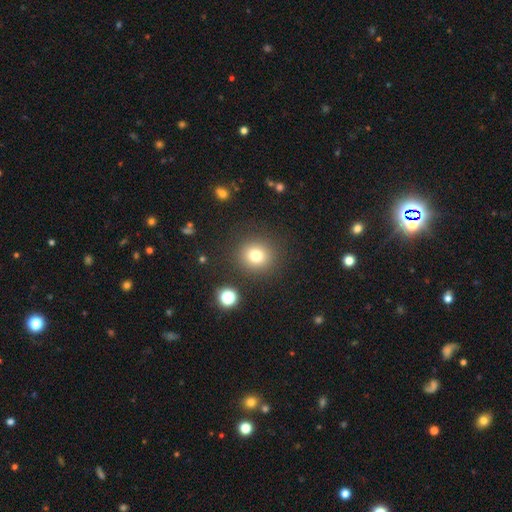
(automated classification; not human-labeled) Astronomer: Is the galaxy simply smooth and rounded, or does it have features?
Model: smooth — 77%.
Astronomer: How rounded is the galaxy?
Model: round — 90%.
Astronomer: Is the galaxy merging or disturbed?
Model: none — 88%.